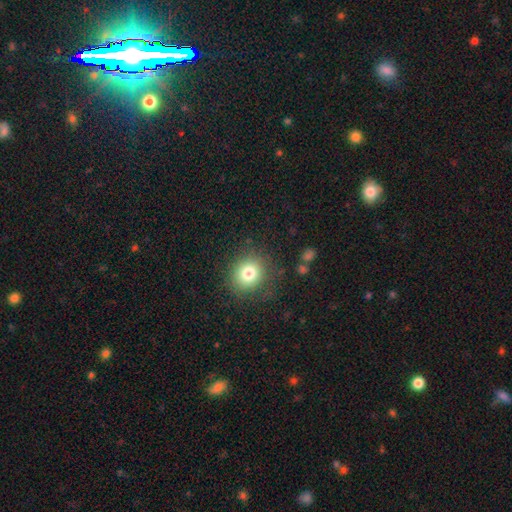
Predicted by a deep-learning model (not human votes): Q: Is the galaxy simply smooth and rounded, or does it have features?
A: smooth — 73%.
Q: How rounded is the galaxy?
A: round — 87%.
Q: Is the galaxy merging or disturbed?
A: none — 89%.